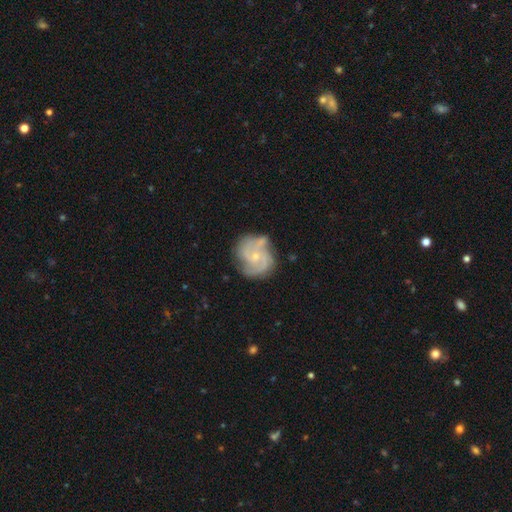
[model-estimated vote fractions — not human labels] Smooth or featured? featured or disk (84%)
Edge-on disk? no (98%)
Bar? no (68%)
Spiral arms? yes (96%)
Spiral winding? medium (47%)
Spiral arm count? 3 (42%)
Bulge size? small (69%)
Merging? none (67%)